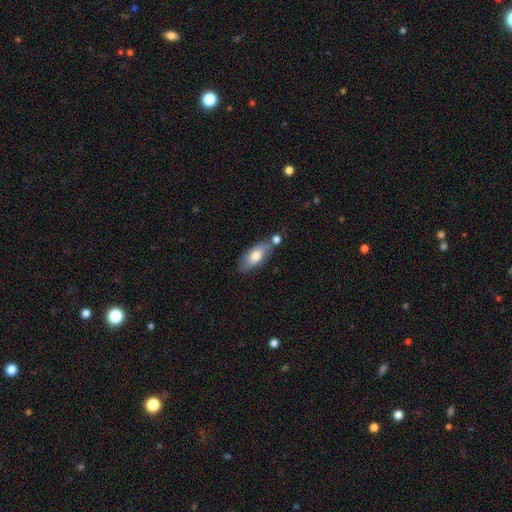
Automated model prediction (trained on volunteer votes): Q: Smooth or featured?
A: smooth (69%); runner-up: featured or disk (25%)
Q: How rounded?
A: in between (84%); runner-up: cigar-shaped (13%)
Q: Merging?
A: none (59%); runner-up: minor disturbance (18%)